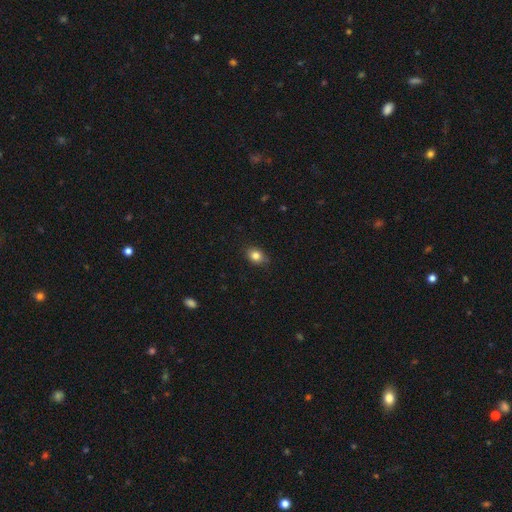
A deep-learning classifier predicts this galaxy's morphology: Q: Smooth or featured?
A: smooth (83%); runner-up: star or artifact (10%)
Q: How rounded?
A: in between (57%); runner-up: round (41%)
Q: Merging?
A: none (82%); runner-up: minor disturbance (14%)